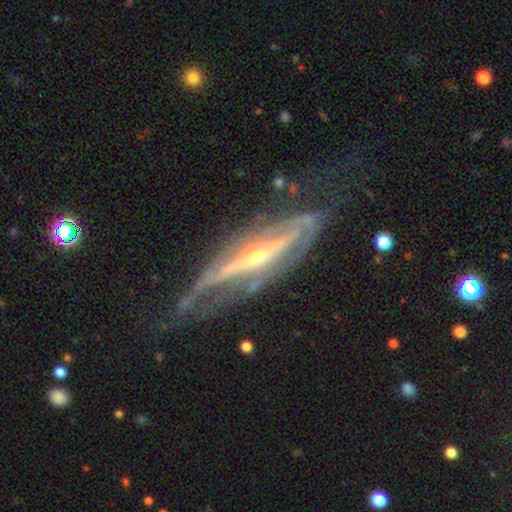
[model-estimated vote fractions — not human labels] Q: Smooth or featured?
A: featured or disk (88%); runner-up: smooth (7%)
Q: Edge-on disk?
A: no (54%); runner-up: yes (46%)
Q: Merging?
A: none (57%); runner-up: minor disturbance (23%)